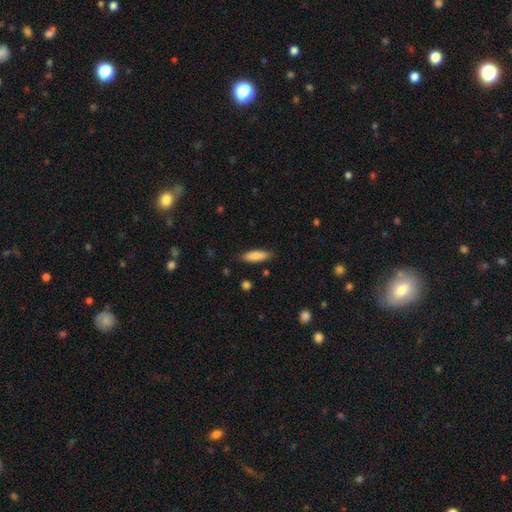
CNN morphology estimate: A smooth galaxy with no disk features (85%) that is cigar-shaped (52%). Merging: none (85%).